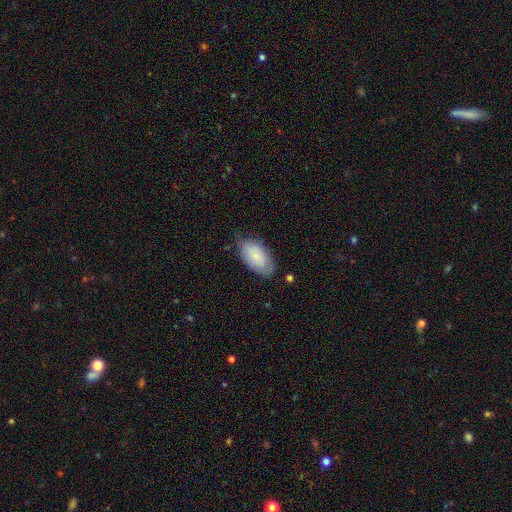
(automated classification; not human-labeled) smooth-or-featured: smooth: 78% | featured or disk: 16% | star or artifact: 6%
  how-rounded: in between: 95% | round: 3% | cigar-shaped: 3%
  merging: none: 66% | minor disturbance: 27% | major disturbance: 5% | merger: 2%